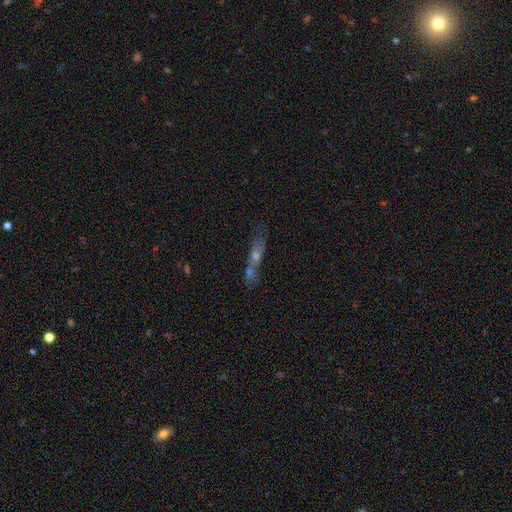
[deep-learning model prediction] Smooth or featured? Predicted: featured or disk (p=0.44). Merging? Predicted: none (p=0.53).